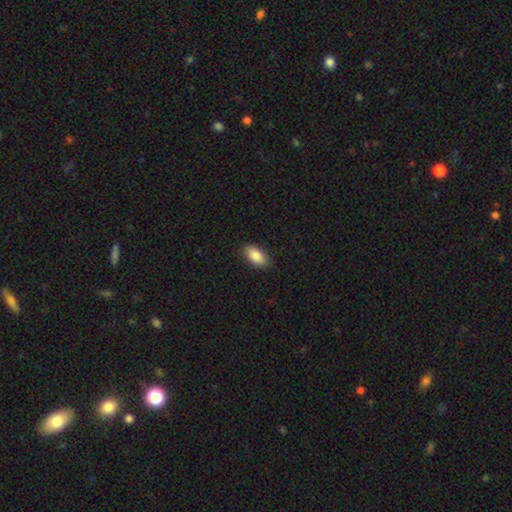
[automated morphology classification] The model was most divided on "merging": none: 87%, minor disturbance: 9%, major disturbance: 2%, merger: 1%. More confident: how rounded — in between (93%); smooth or featured — smooth (87%).